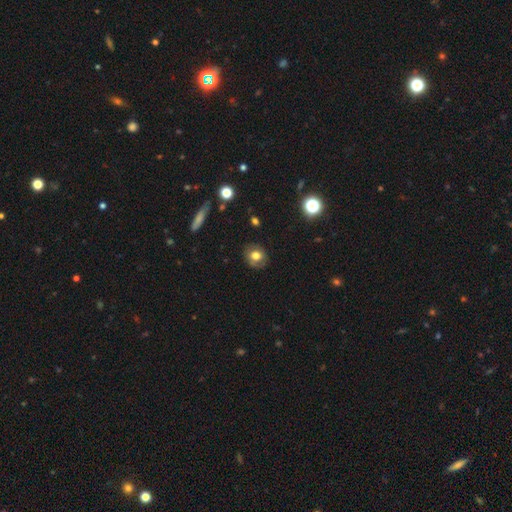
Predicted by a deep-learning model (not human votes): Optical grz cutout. It shows a smooth galaxy with no disk features (71%) that is round (69%). Merging: none (83%).